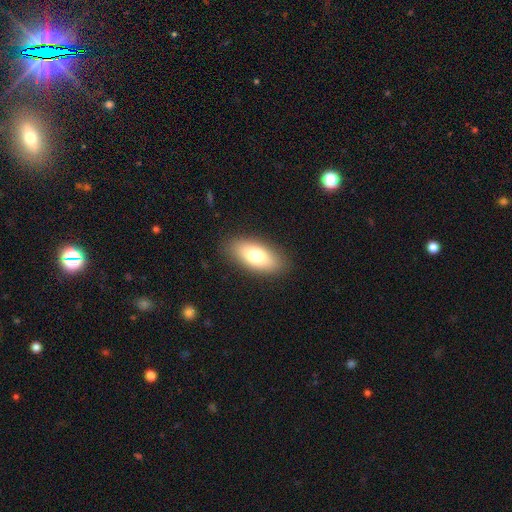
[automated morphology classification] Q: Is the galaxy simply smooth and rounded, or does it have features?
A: smooth — 74%.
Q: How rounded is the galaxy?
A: in between — 84%.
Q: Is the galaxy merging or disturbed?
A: none — 87%.